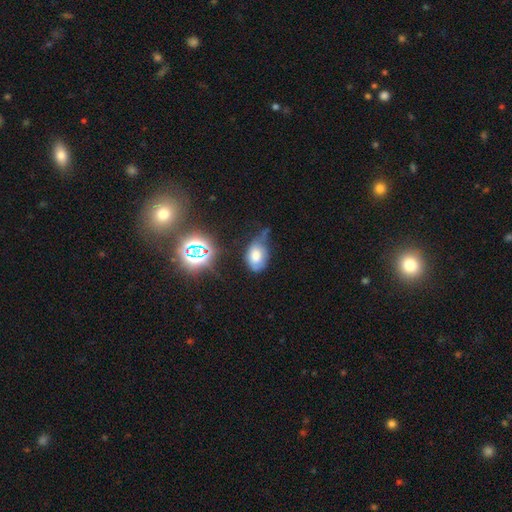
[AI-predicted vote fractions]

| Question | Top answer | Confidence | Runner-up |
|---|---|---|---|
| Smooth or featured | smooth | 64% | featured or disk (20%) |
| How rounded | in between | 79% | round (20%) |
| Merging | minor disturbance | 43% | major disturbance (27%) |